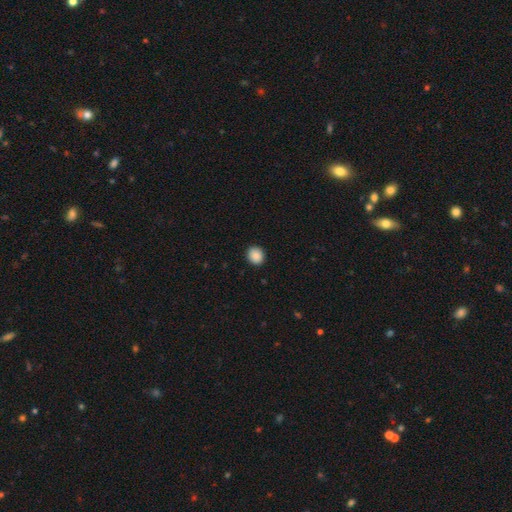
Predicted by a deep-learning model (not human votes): The model was most divided on "how rounded": round: 78%, in between: 21%, cigar-shaped: 1%. More confident: merging — none (91%); smooth or featured — smooth (87%).